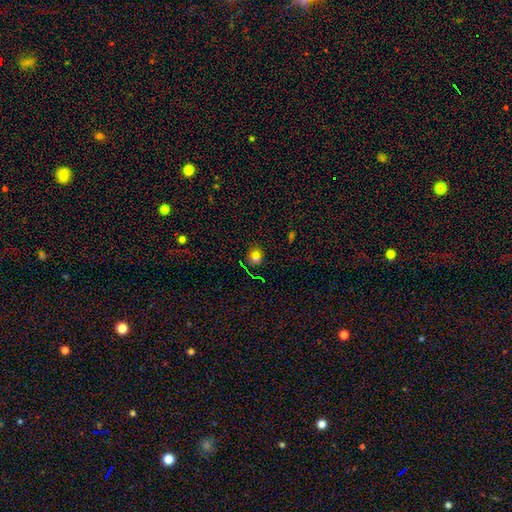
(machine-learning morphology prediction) Smooth or featured?
  - smooth: 63% *
  - star or artifact: 29%
  - featured or disk: 8%
How rounded?
  - round: 68% *
  - in between: 30%
  - cigar-shaped: 2%
Merging?
  - none: 77% *
  - minor disturbance: 12%
  - merger: 6%
  - major disturbance: 4%